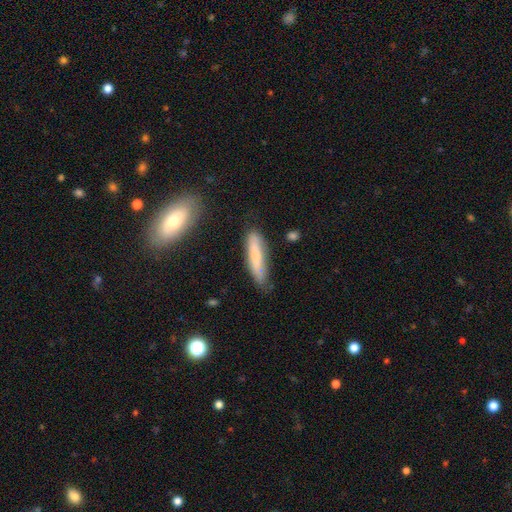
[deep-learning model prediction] Q: Smooth or featured?
A: smooth (64%); runner-up: featured or disk (29%)
Q: How rounded?
A: cigar-shaped (80%); runner-up: in between (18%)
Q: Merging?
A: none (74%); runner-up: minor disturbance (20%)